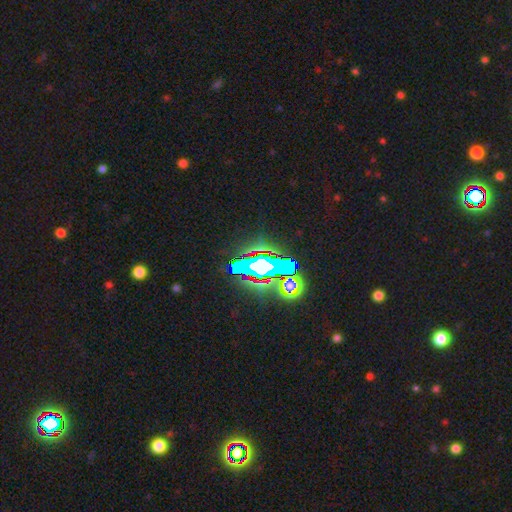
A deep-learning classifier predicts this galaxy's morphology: type=star or artifact (73%).